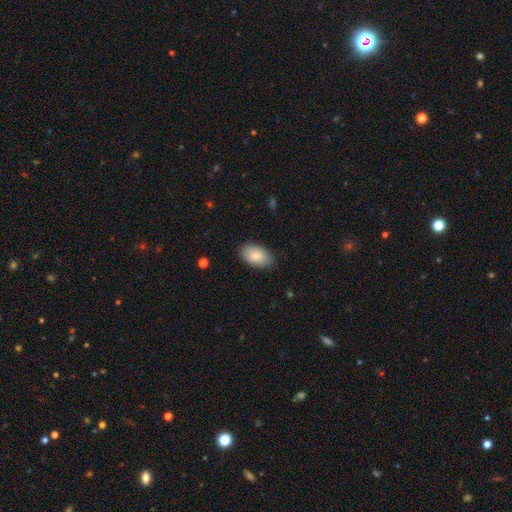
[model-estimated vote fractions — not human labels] Q: Smooth or featured?
A: smooth (83%); runner-up: featured or disk (11%)
Q: How rounded?
A: in between (93%); runner-up: round (6%)
Q: Merging?
A: none (83%); runner-up: minor disturbance (13%)